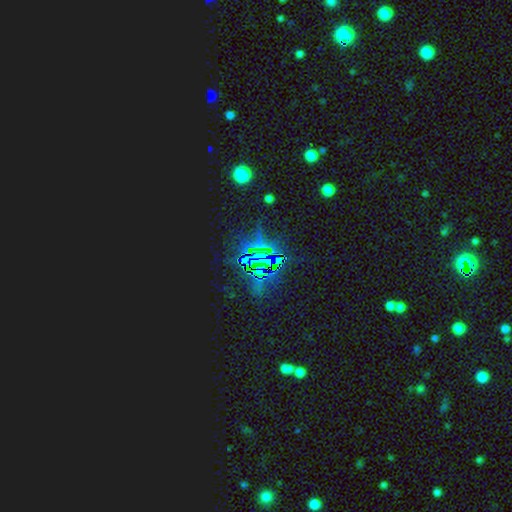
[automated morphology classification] Smooth or featured?
  - star or artifact: 83% *
  - featured or disk: 9%
  - smooth: 8%